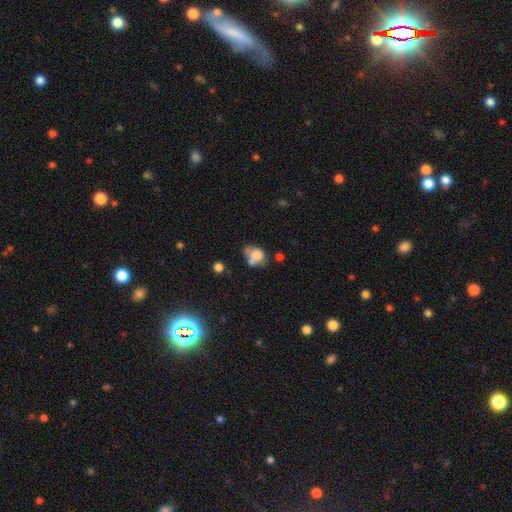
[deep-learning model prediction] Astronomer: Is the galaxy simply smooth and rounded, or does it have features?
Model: smooth — 70%.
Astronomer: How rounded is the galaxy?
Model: in between — 55% (runner-up: round, 44%).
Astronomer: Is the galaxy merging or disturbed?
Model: none — 34% (runner-up: merger, 33%).